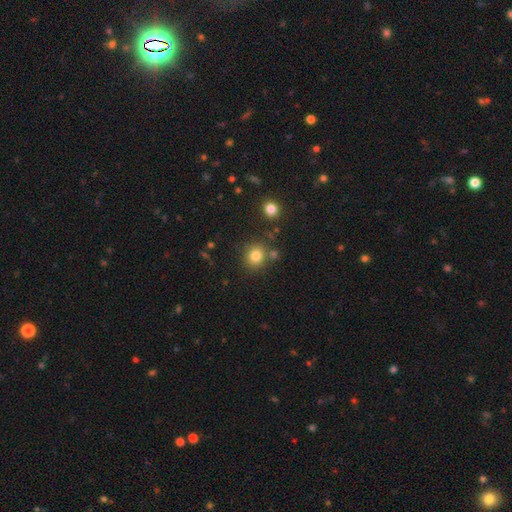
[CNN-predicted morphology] Smooth or featured? smooth (81%)
How rounded? round (84%)
Merging? none (78%)